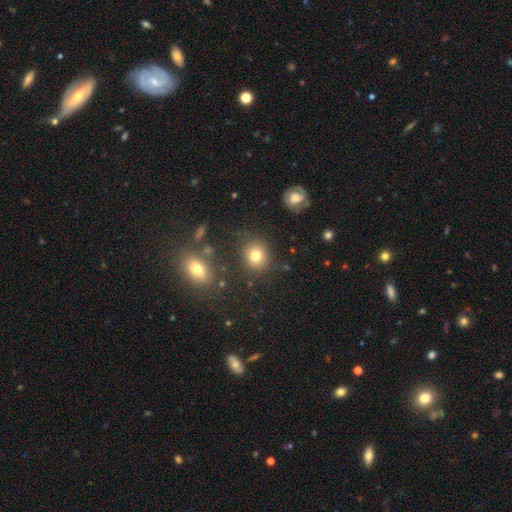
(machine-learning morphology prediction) The model was most divided on "how rounded": round: 75%, in between: 24%, cigar-shaped: 1%. More confident: merging — none (83%); smooth or featured — smooth (79%).